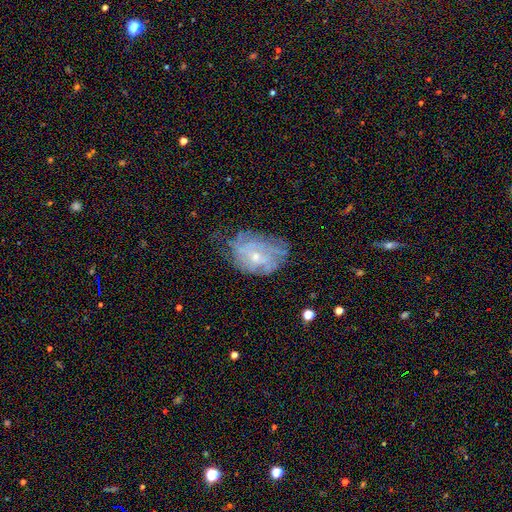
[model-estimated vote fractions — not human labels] Smooth or featured? Predicted: featured or disk (p=0.69). Edge-on disk? Predicted: no (p=0.96). Bar? Predicted: no (p=0.72). Spiral arms? Predicted: yes (p=0.74). Bulge size? Predicted: small (p=0.68). Merging? Predicted: none (p=0.55).